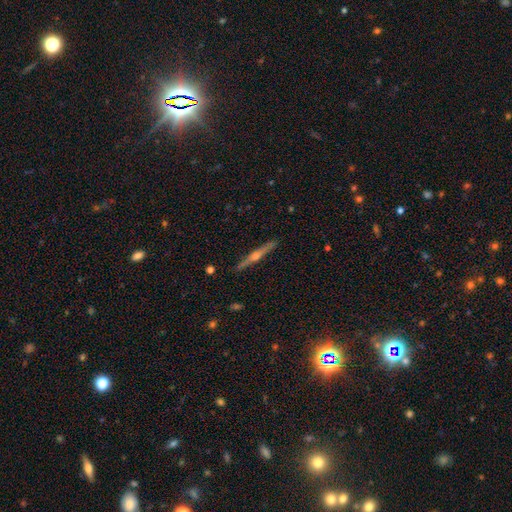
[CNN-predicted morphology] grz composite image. It shows a featured or disk galaxy (79%) viewed edge-on (98%) with a rounded central bulge (87%). Merging: none (91%).